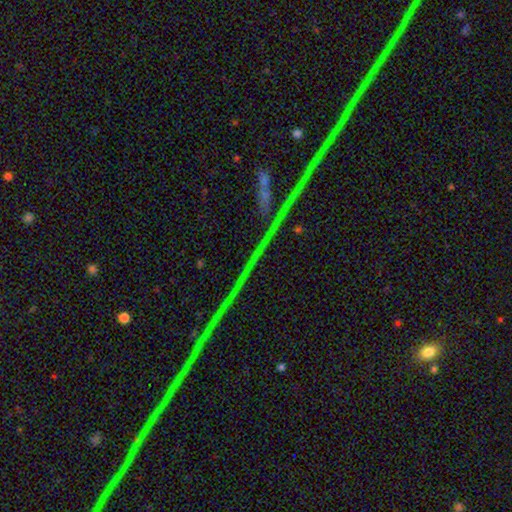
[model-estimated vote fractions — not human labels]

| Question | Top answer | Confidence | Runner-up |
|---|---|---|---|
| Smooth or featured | star or artifact | 76% | featured or disk (15%) |